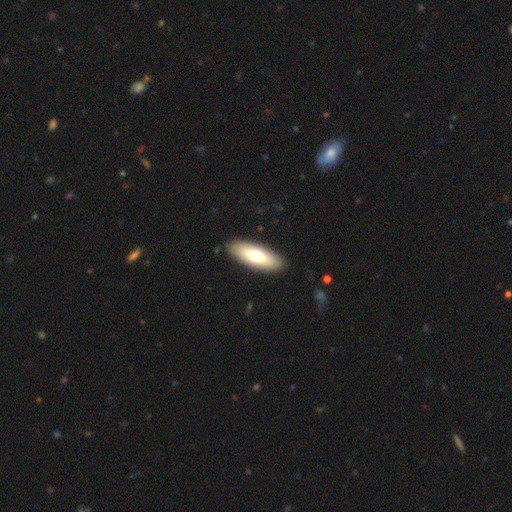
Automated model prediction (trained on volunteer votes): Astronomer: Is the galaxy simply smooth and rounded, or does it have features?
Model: smooth — 67%.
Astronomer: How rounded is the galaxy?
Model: in between — 66%.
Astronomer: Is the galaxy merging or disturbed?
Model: none — 89%.